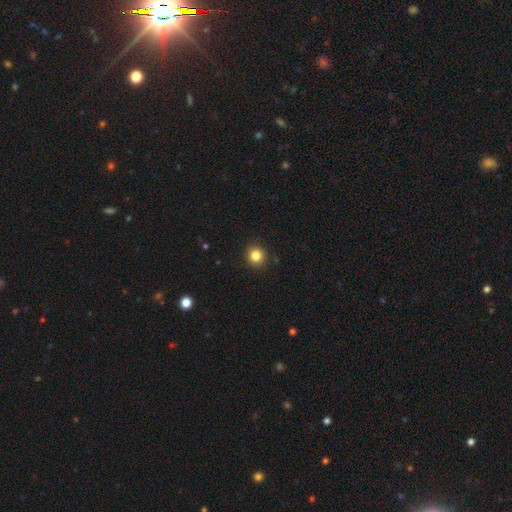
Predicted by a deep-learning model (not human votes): This appears to be a smooth galaxy with no disk features (84%) that is round (94%). Merging: none (91%).